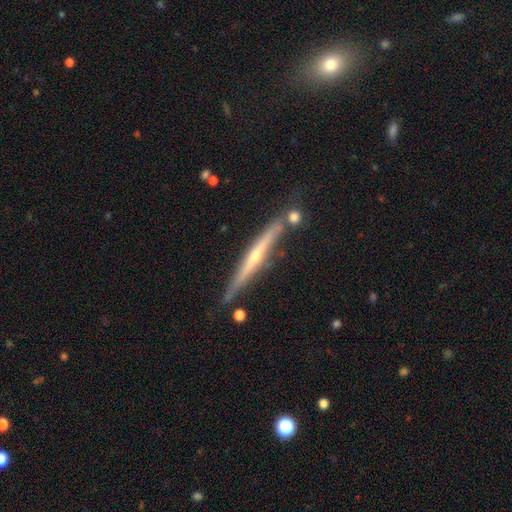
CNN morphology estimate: This appears to be a featured or disk galaxy (78%) viewed edge-on (97%) with a rounded central bulge (78%). Merging: none (80%).